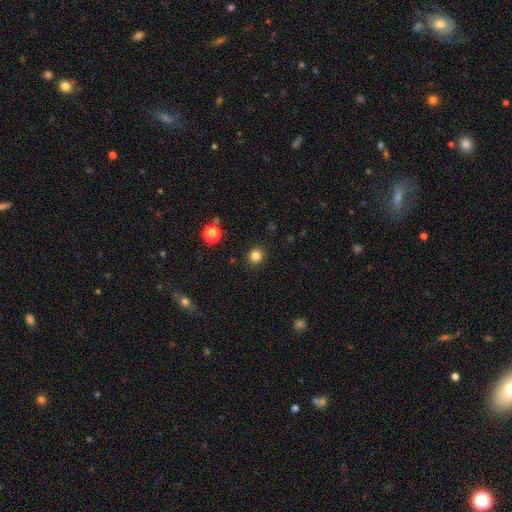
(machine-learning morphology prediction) Q: Smooth or featured?
A: smooth (83%); runner-up: star or artifact (13%)
Q: How rounded?
A: round (92%); runner-up: in between (7%)
Q: Merging?
A: none (91%); runner-up: minor disturbance (6%)